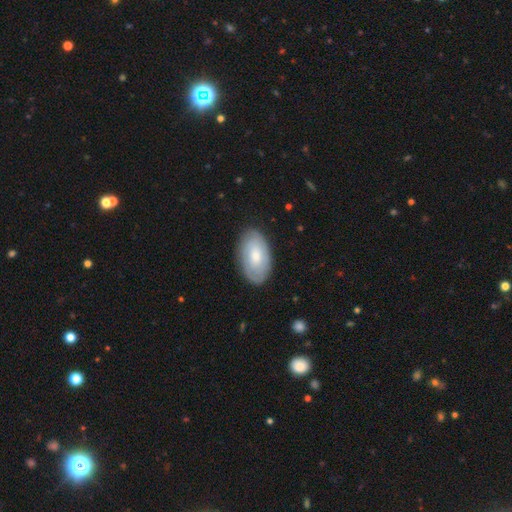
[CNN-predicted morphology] smooth 57%, featured or disk 37%, star or artifact 6%. Down the decision tree: how rounded — in between (94%); merging — none (83%).